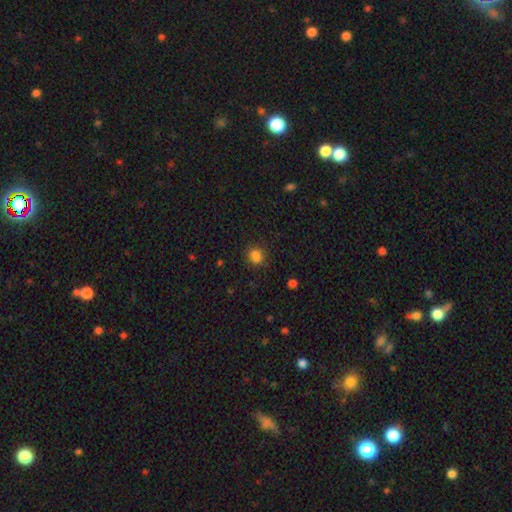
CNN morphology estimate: smooth_or_featured: smooth (p=0.82) [alt: star or artifact p=0.14]
how_rounded: round (p=0.62) [alt: in between p=0.37]
merging: none (p=0.75) [alt: minor disturbance p=0.16]